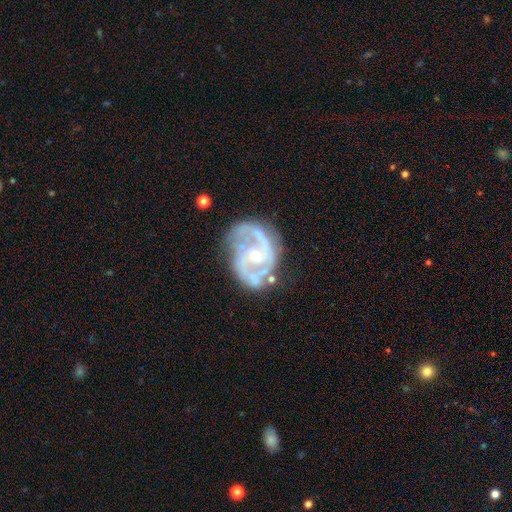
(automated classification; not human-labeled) Smooth or featured: featured or disk — 87% (smooth — 7%)
Edge-on disk: no — 98% (yes — 2%)
Bar: no — 54% (weak — 34%)
Spiral arms: yes — 92% (no — 8%)
Spiral winding: medium — 52% (tight — 30%)
Spiral arm count: 2 — 72% (can't tell — 11%)
Bulge size: small — 51% (moderate — 44%)
Merging: none — 58% (minor disturbance — 23%)